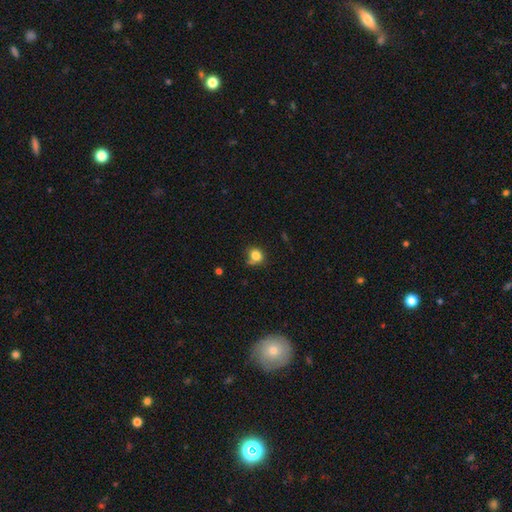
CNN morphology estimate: smooth_or_featured: smooth (p=0.82) [alt: star or artifact p=0.12]
how_rounded: round (p=0.81) [alt: in between p=0.18]
merging: none (p=0.65) [alt: minor disturbance p=0.23]